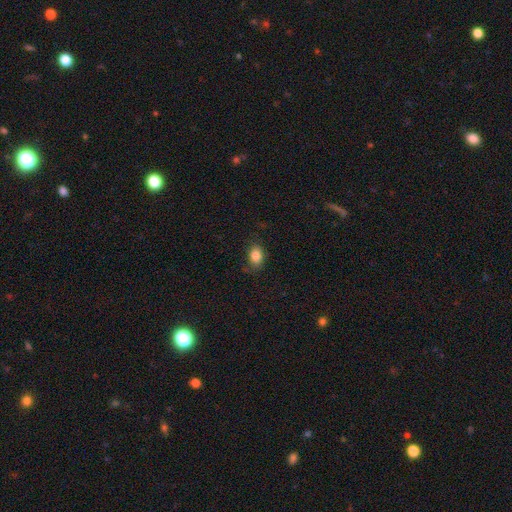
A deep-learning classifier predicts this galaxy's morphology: Q: Smooth or featured?
A: smooth (85%); runner-up: star or artifact (9%)
Q: How rounded?
A: in between (74%); runner-up: round (25%)
Q: Merging?
A: none (78%); runner-up: minor disturbance (16%)